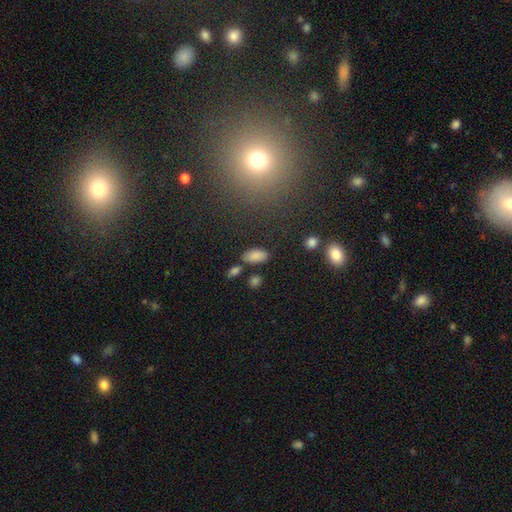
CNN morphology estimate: Q: Smooth or featured?
A: smooth (84%); runner-up: star or artifact (9%)
Q: How rounded?
A: in between (92%); runner-up: cigar-shaped (4%)
Q: Merging?
A: none (74%); runner-up: minor disturbance (14%)